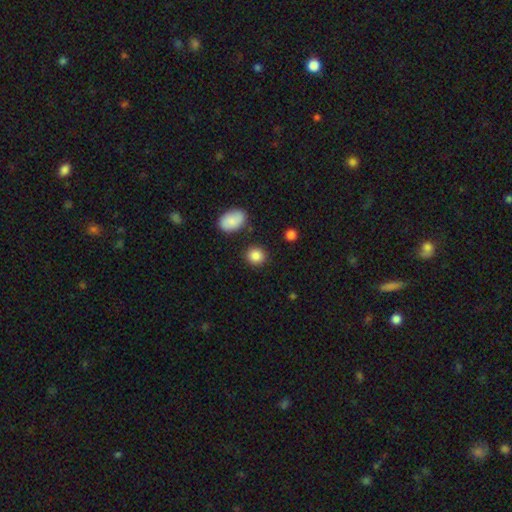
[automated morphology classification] A smooth galaxy with no disk features (87%) that is round (83%). Merging: none (87%).